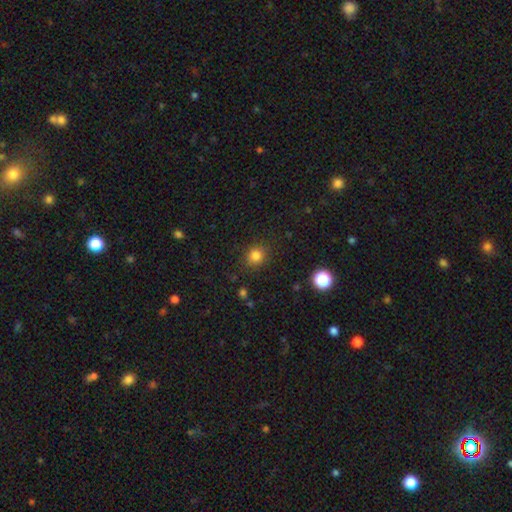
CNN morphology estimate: This is clearly a smooth galaxy (81%). How rounded: clearly round (85%). Merging: clearly none (87%).